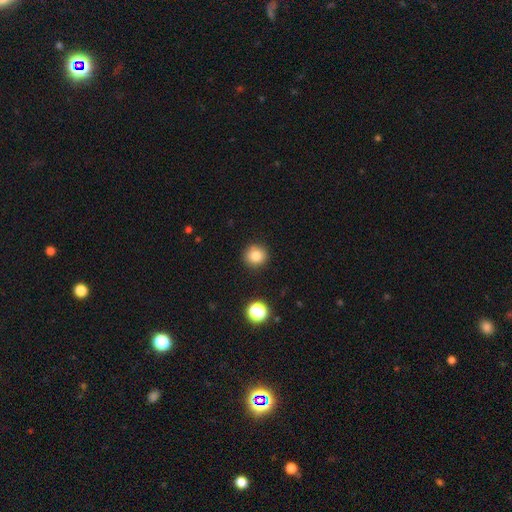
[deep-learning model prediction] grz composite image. It shows a smooth galaxy with no disk features (82%) that is round (93%). Merging: none (90%).